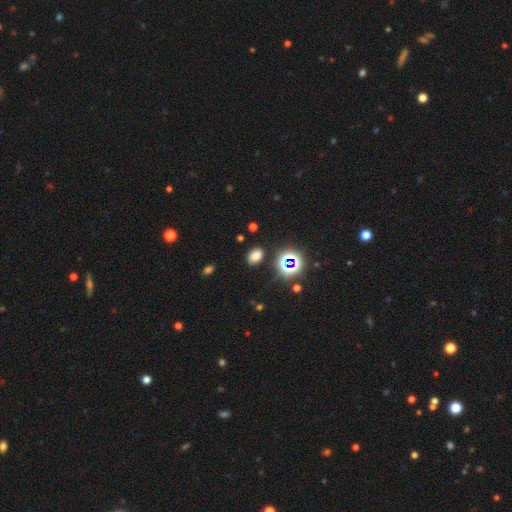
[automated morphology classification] This is likely a smooth galaxy (70%). How rounded: likely in between (78%). Merging: clearly none (84%).